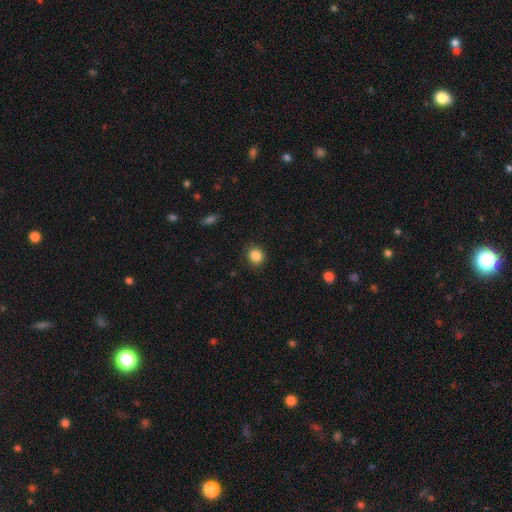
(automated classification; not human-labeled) A smooth galaxy with no disk features (86%) that is round (87%).

Vote fractions:
- Smooth or featured? smooth: 86% / star or artifact: 10% / featured or disk: 4%
- How rounded? round: 87% / in between: 13% / cigar-shaped: 1%
- Merging? none: 90% / minor disturbance: 7% / major disturbance: 2% / merger: 1%